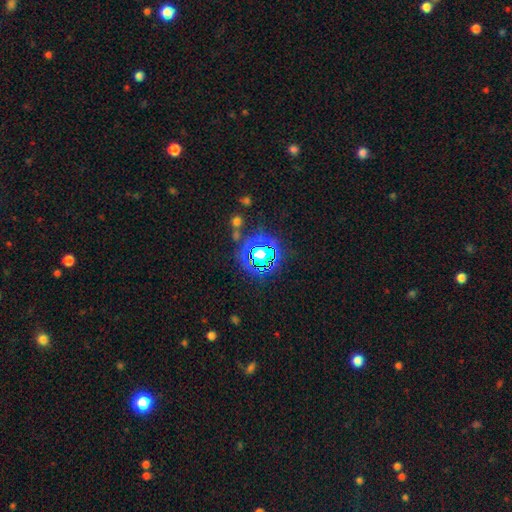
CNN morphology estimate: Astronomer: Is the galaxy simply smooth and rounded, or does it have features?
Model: star or artifact — 79%.